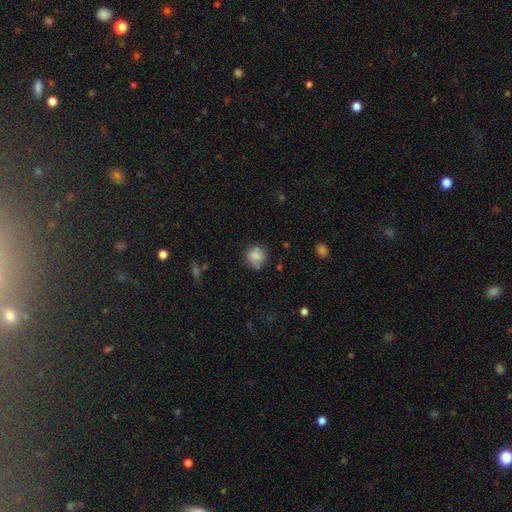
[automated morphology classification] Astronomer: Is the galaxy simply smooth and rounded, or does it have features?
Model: smooth — 81%.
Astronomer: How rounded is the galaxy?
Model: round — 83%.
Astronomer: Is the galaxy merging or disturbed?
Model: none — 67%.